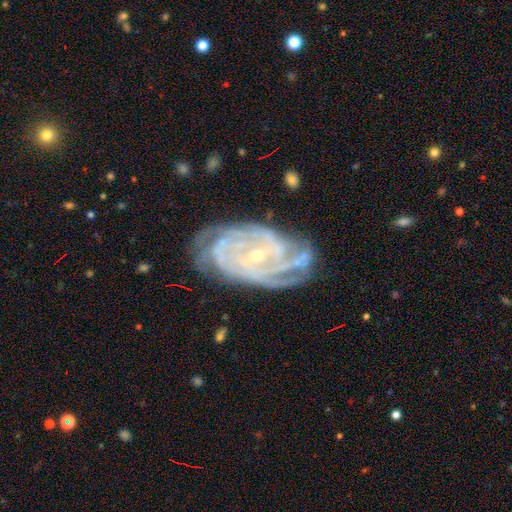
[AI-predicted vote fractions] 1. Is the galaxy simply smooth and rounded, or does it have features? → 90% featured or disk, 6% star or artifact, 4% smooth.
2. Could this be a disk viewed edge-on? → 96% no, 4% yes.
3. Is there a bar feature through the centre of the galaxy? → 52% no, 32% weak, 16% strong.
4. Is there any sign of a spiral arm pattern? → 98% yes, 2% no.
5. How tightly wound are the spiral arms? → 74% tight, 22% medium, 4% loose.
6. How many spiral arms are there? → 31% 4, 20% can't tell, 19% 3, 13% more than 4, 11% 2, 7% 1.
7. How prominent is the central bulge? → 71% small, 26% moderate, 1% large, 1% none, 1% dominant.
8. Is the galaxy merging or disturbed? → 72% none, 19% minor disturbance, 7% major disturbance, 2% merger.